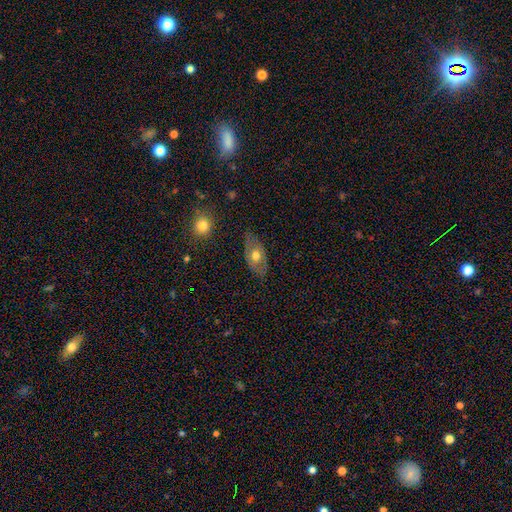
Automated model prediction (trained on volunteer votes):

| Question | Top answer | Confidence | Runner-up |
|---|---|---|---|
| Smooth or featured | smooth | 52% | featured or disk (41%) |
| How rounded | in between | 87% | round (9%) |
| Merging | none | 76% | minor disturbance (18%) |